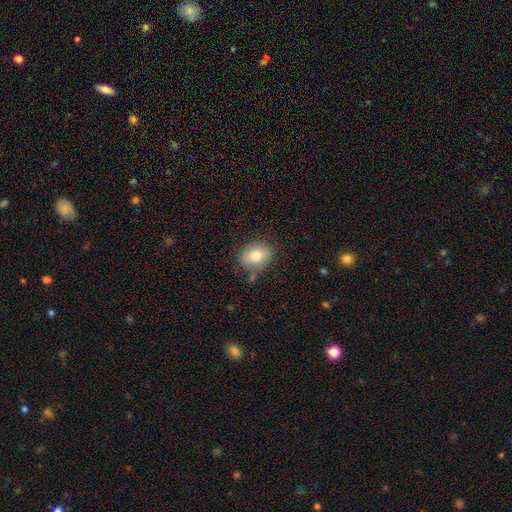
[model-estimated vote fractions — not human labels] Smooth or featured: smooth — 78% (featured or disk — 13%)
How rounded: in between — 65% (round — 34%)
Merging: none — 75% (minor disturbance — 17%)